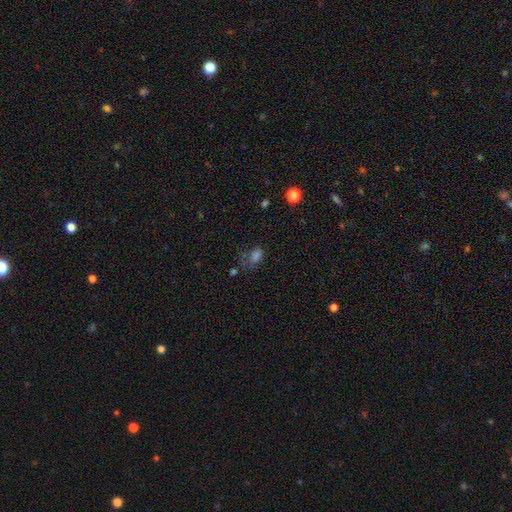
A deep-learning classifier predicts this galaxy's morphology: smooth 54%, star or artifact 30%, featured or disk 16%. Down the decision tree: how rounded — in between (79%); merging — none (44%).